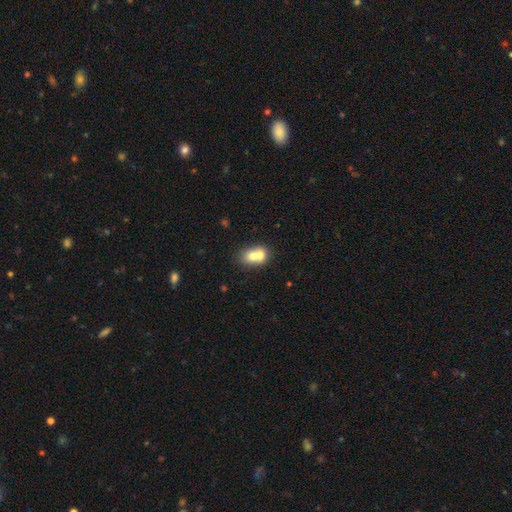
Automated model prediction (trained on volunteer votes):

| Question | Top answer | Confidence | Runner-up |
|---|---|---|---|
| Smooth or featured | smooth | 68% | featured or disk (23%) |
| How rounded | in between | 62% | round (37%) |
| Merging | merger | 65% | none (23%) |